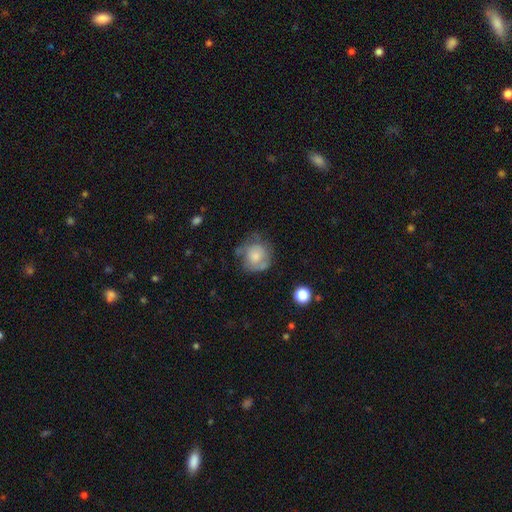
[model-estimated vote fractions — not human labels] smooth 52%, featured or disk 39%, star or artifact 8%. Down the decision tree: how rounded — round (81%); merging — none (49%).